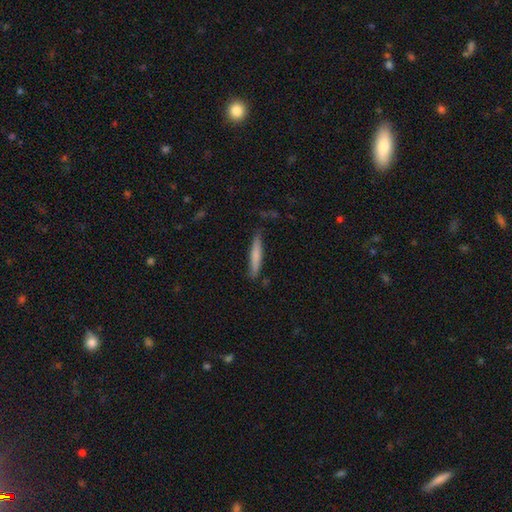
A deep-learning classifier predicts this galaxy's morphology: smooth_or_featured: smooth (p=0.73) [alt: featured or disk p=0.21]
how_rounded: cigar-shaped (p=0.93) [alt: in between p=0.06]
merging: none (p=0.81) [alt: minor disturbance p=0.14]